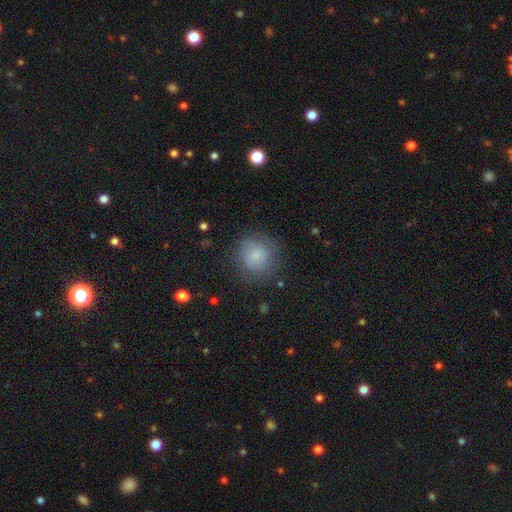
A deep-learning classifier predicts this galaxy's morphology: smooth 77%, featured or disk 14%, star or artifact 9%. Down the decision tree: how rounded — round (87%); merging — none (74%).